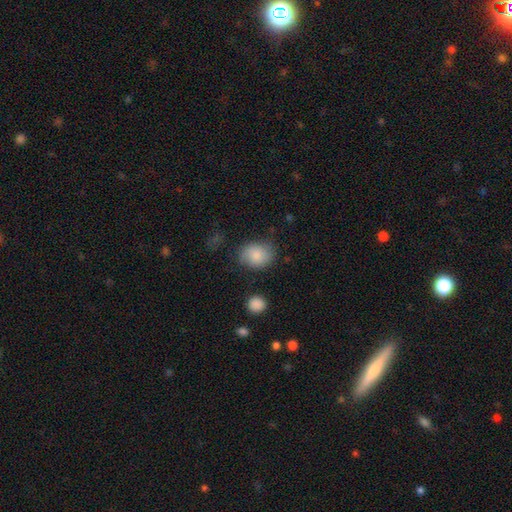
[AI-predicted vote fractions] The model was most divided on "how rounded": in between: 53%, round: 46%, cigar-shaped: 1%. More confident: smooth or featured — smooth (82%); merging — none (68%).